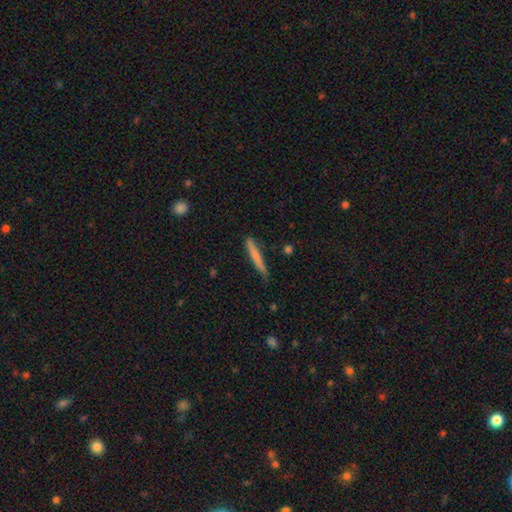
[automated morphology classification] A smooth galaxy with no disk features (66%) that is cigar-shaped (95%). Merging: none (76%).